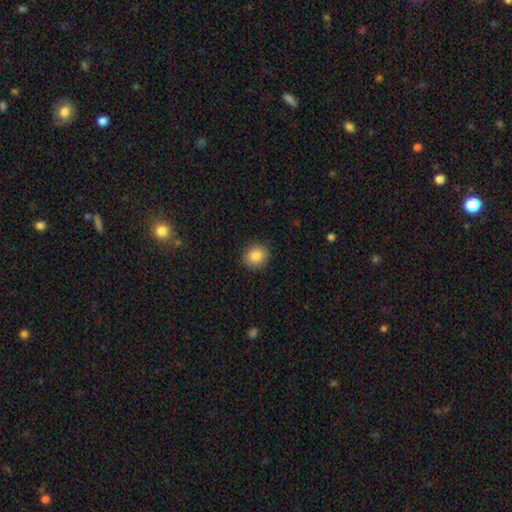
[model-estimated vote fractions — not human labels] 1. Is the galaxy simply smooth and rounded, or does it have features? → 87% smooth, 9% star or artifact, 4% featured or disk.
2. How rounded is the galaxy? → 83% round, 16% in between, 1% cigar-shaped.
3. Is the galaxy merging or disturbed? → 89% none, 7% minor disturbance, 2% major disturbance, 1% merger.